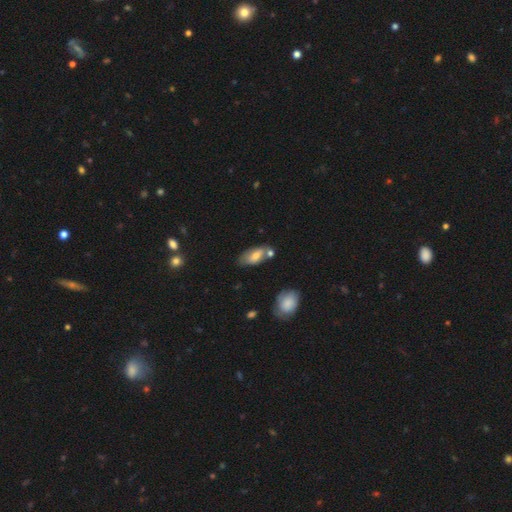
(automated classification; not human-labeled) Smooth or featured: smooth — 67% (featured or disk — 25%)
How rounded: in between — 87% (cigar-shaped — 10%)
Merging: none — 55% (minor disturbance — 22%)